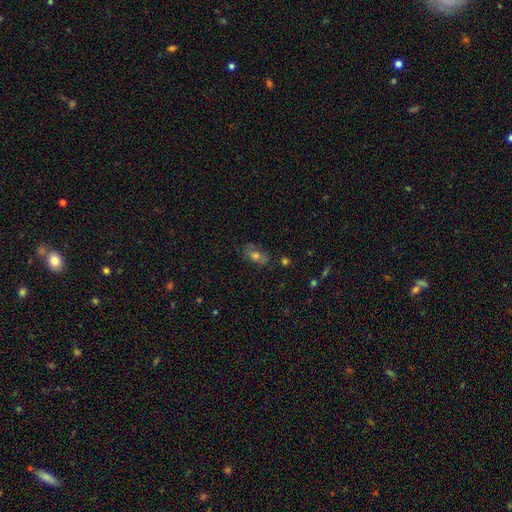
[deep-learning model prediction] Smooth or featured: smooth — 55% (featured or disk — 26%)
How rounded: in between — 80% (round — 15%)
Merging: none — 73% (minor disturbance — 18%)